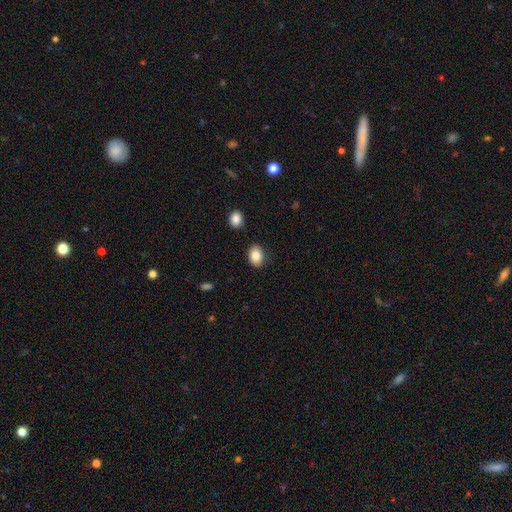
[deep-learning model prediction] smooth_or_featured: smooth (p=0.84) [alt: star or artifact p=0.08]
how_rounded: in between (p=0.80) [alt: round p=0.19]
merging: none (p=0.84) [alt: minor disturbance p=0.11]